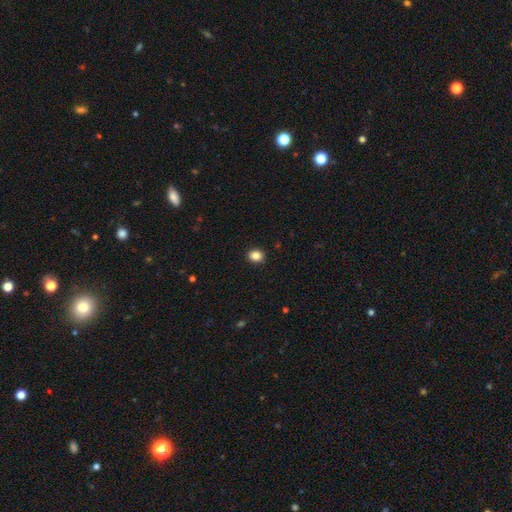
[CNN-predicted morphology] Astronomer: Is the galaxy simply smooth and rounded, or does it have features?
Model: smooth — 86%.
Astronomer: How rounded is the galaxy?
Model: round — 69%.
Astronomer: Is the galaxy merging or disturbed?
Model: none — 91%.